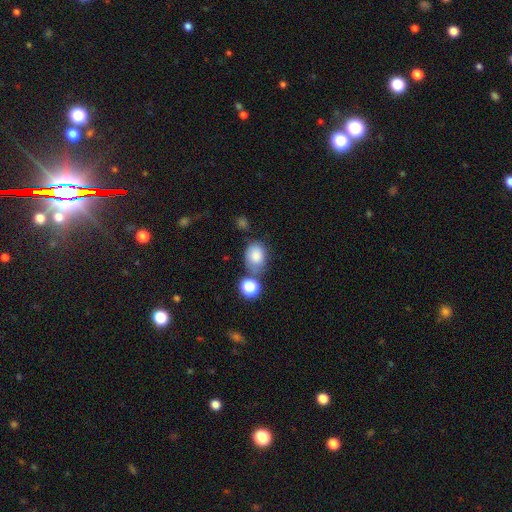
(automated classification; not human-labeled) smooth_or_featured: smooth (p=0.81) [alt: star or artifact p=0.10]
how_rounded: in between (p=0.69) [alt: round p=0.30]
merging: none (p=0.53) [alt: minor disturbance p=0.22]